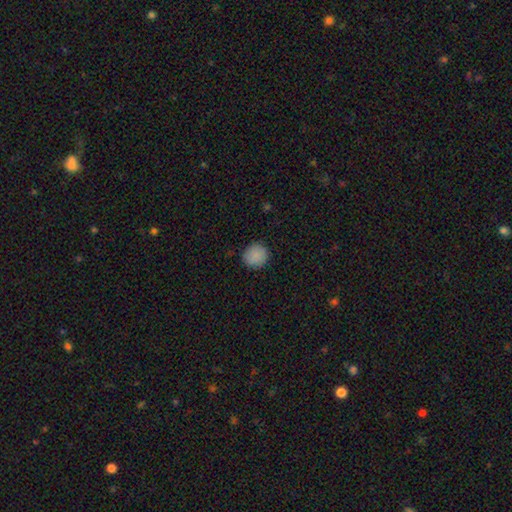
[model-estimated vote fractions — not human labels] Morphology: type=smooth (88%); roundness=round (87%); merging=none (88%).